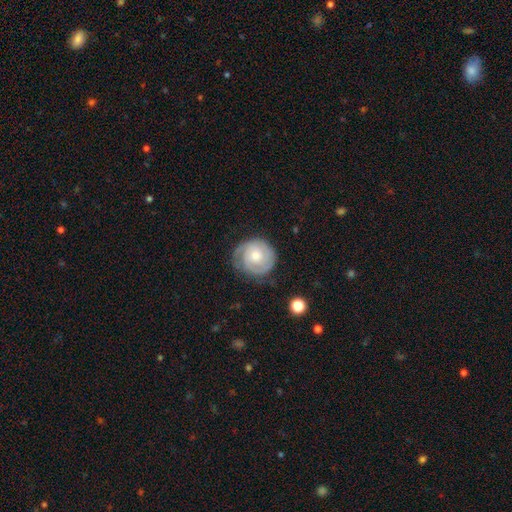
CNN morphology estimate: Smooth or featured: featured or disk — 70% (smooth — 25%)
Edge-on disk: no — 98% (yes — 2%)
Bar: no — 76% (weak — 21%)
Spiral arms: yes — 91% (no — 9%)
Spiral winding: tight — 70% (medium — 24%)
Spiral arm count: 2 — 43% (can't tell — 23%)
Bulge size: moderate — 52% (small — 38%)
Merging: none — 71% (minor disturbance — 20%)